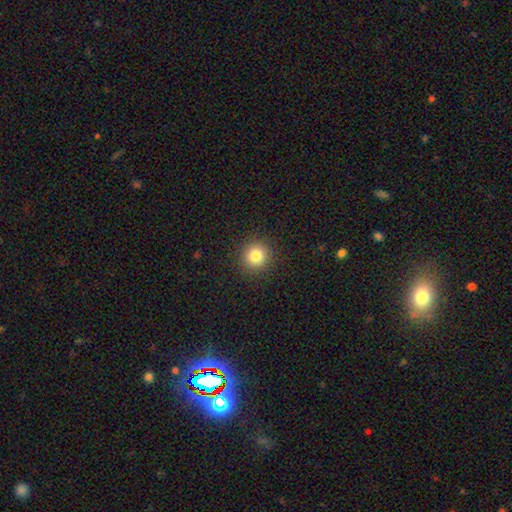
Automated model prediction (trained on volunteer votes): Smooth or featured: smooth — 81% (star or artifact — 12%)
How rounded: round — 94% (in between — 5%)
Merging: none — 91% (minor disturbance — 5%)